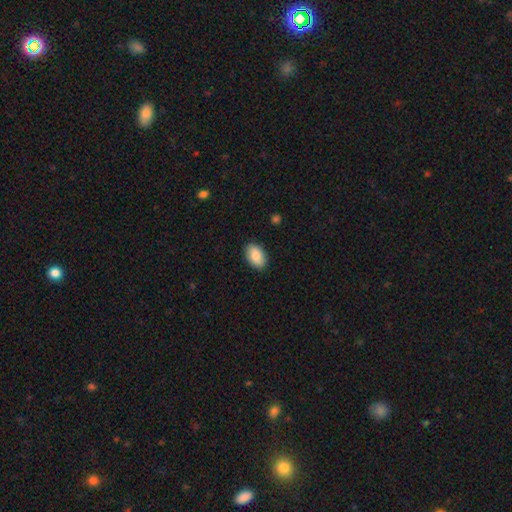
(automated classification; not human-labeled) This is clearly a smooth galaxy (86%). How rounded: clearly in between (91%). Merging: clearly none (88%).